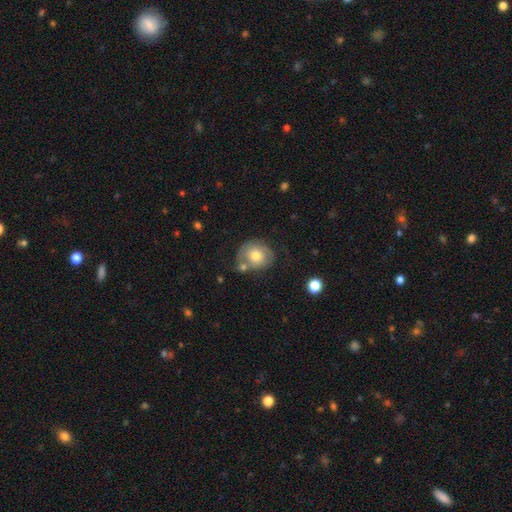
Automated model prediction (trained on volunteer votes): Smooth or featured: smooth — 61% (featured or disk — 32%)
How rounded: round — 69% (in between — 30%)
Merging: none — 51% (minor disturbance — 22%)